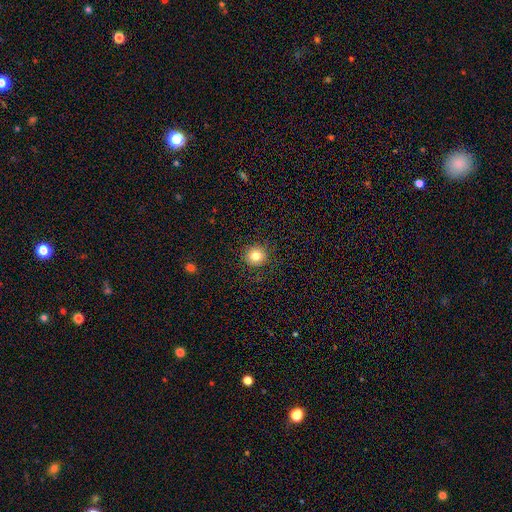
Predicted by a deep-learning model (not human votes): A smooth galaxy with no disk features (81%) that is round (91%). Merging: none (90%).